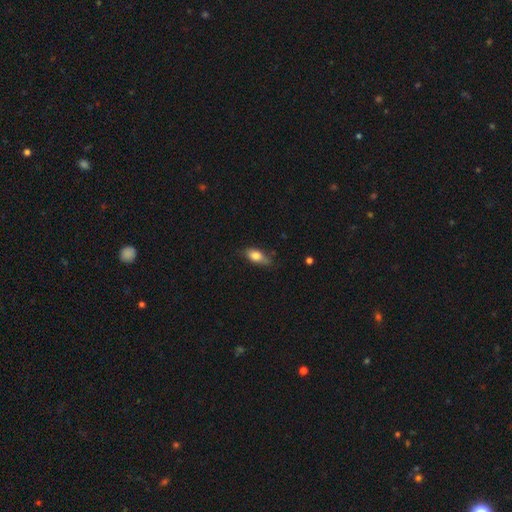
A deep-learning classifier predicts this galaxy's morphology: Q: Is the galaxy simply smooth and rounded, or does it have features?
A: smooth — 76%.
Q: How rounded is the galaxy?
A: in between — 81%.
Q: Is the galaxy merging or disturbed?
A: none — 64%.